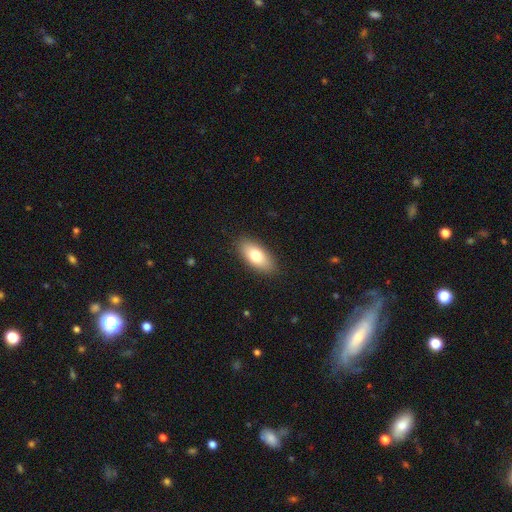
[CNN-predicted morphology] smooth_or_featured: smooth (p=0.77) [alt: featured or disk p=0.16]
how_rounded: in between (p=0.87) [alt: cigar-shaped p=0.10]
merging: none (p=0.88) [alt: minor disturbance p=0.09]